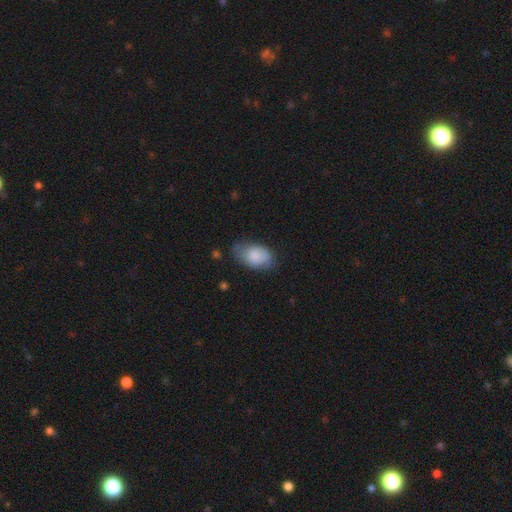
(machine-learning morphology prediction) type=smooth (80%); roundness=in between (90%); merging=none (54%).